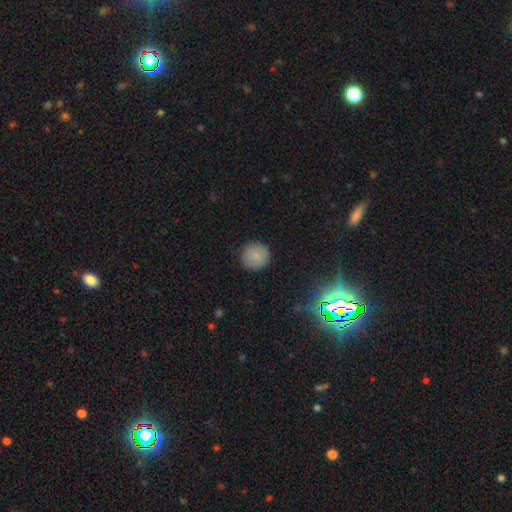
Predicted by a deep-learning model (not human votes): This is clearly a smooth galaxy (83%). How rounded: clearly round (95%). Merging: clearly none (89%).